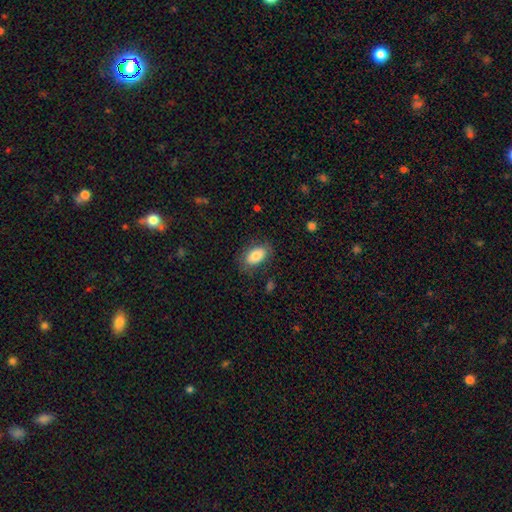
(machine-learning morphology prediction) This is likely a smooth galaxy (80%). How rounded: clearly in between (92%). Merging: likely none (78%).